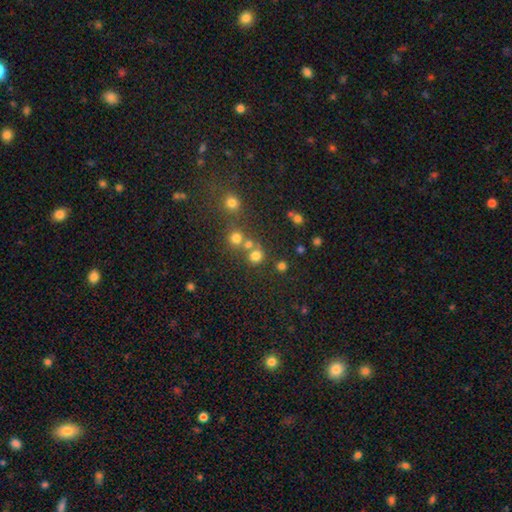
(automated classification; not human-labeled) A smooth galaxy with no disk features (73%) that is round (85%). Merging: none (64%).